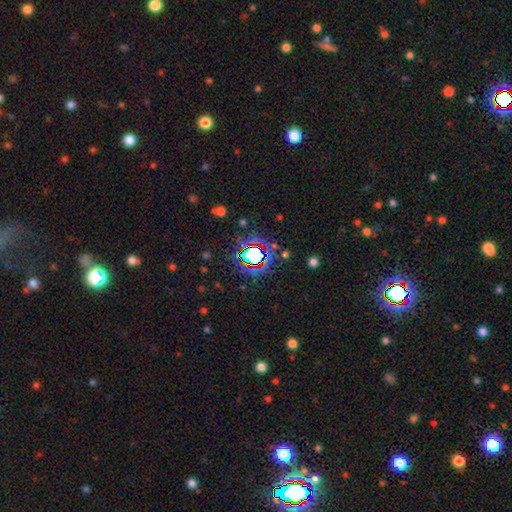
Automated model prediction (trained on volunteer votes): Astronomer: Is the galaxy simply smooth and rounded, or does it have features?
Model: star or artifact — 62%.